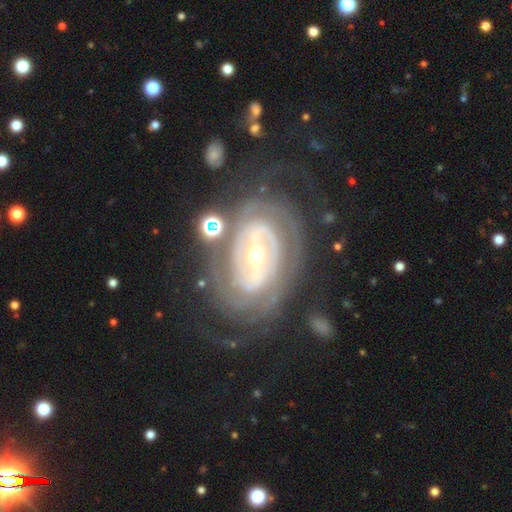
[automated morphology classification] Smooth or featured? Predicted: featured or disk (p=0.89). Edge-on disk? Predicted: no (p=0.96). Bar? Predicted: strong (p=0.41). Spiral arms? Predicted: yes (p=0.91). Spiral winding? Predicted: tight (p=0.74). Spiral arm count? Predicted: 2 (p=0.33, tied with can't tell). Bulge size? Predicted: small (p=0.51). Merging? Predicted: none (p=0.67).